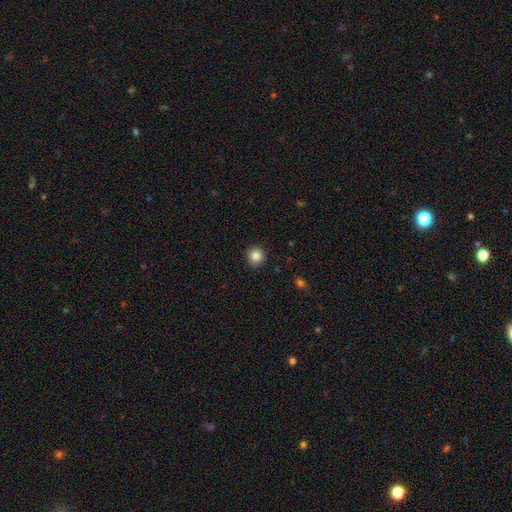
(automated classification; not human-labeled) Overall: smooth (85%). How rounded: round (93%). Merging: none (90%).